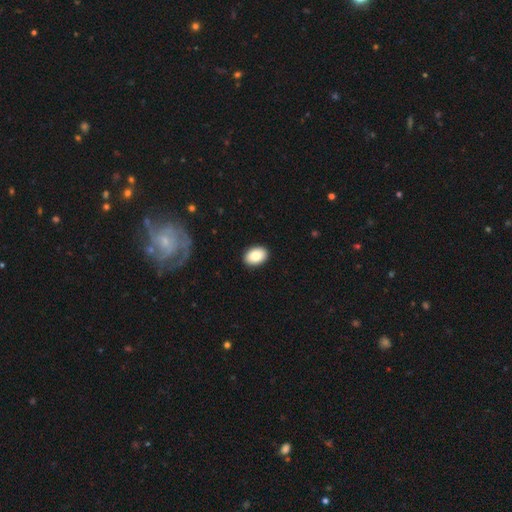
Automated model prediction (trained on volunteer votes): smooth-or-featured: smooth: 85% | featured or disk: 8% | star or artifact: 7%
  how-rounded: in between: 85% | round: 14% | cigar-shaped: 1%
  merging: none: 90% | minor disturbance: 7% | major disturbance: 2% | merger: 1%